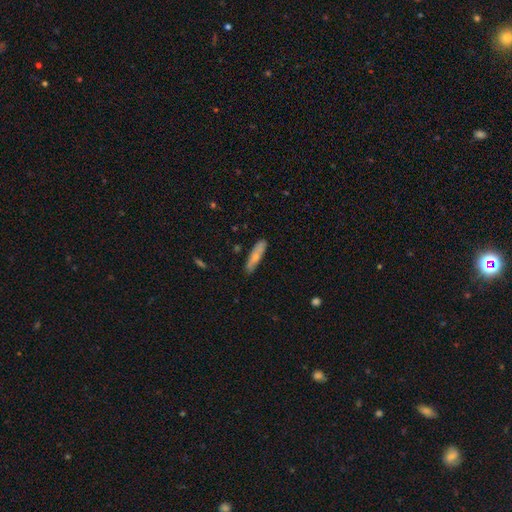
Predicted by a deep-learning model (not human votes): Smooth or featured: smooth — 62% (featured or disk — 32%)
How rounded: cigar-shaped — 77% (in between — 21%)
Merging: none — 82% (minor disturbance — 14%)